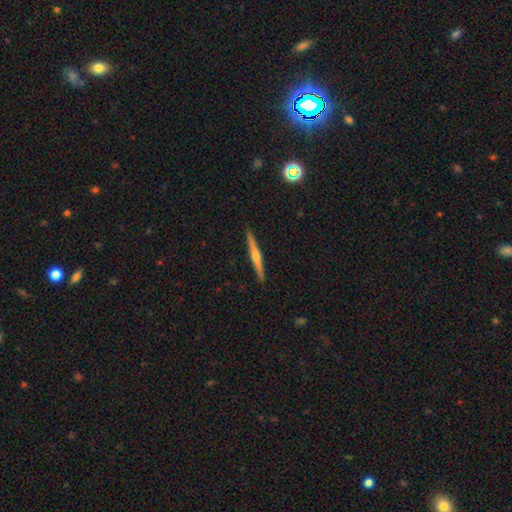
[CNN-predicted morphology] A featured or disk galaxy (74%) viewed edge-on (98%) with a rounded central bulge (86%).

Vote fractions:
- Smooth or featured? featured or disk: 74% / smooth: 20% / star or artifact: 6%
- Edge-on disk? yes: 98% / no: 2%
- Edge-on bulge? rounded: 86% / none: 9% / boxy: 5%
- Merging? none: 92% / minor disturbance: 5% / major disturbance: 1% / merger: 1%